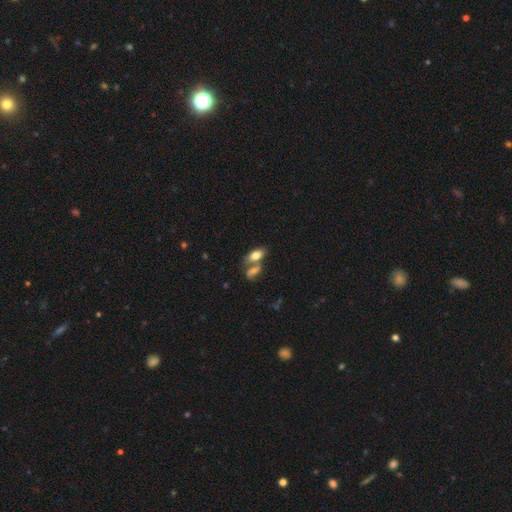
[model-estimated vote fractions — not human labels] Smooth or featured? Predicted: smooth (p=0.73). How rounded? Predicted: in between (p=0.86). Merging? Predicted: merger (p=0.46).